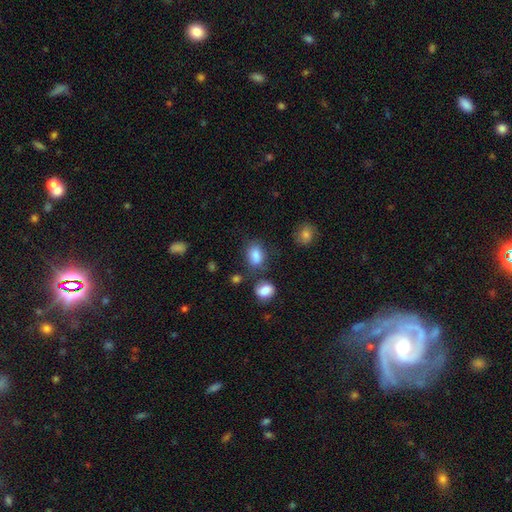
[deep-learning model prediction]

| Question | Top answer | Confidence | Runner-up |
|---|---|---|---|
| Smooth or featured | smooth | 84% | star or artifact (10%) |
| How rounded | in between | 79% | round (20%) |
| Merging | none | 62% | minor disturbance (20%) |